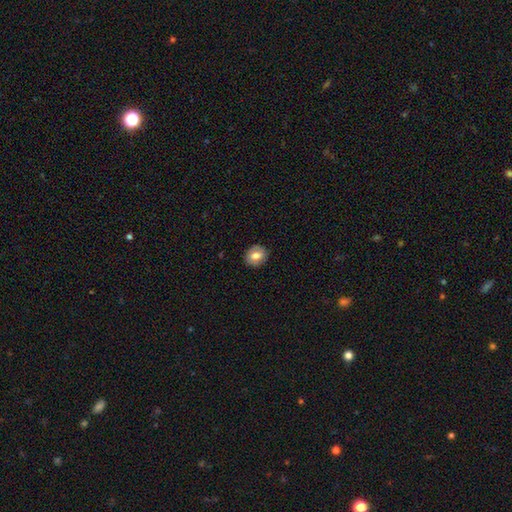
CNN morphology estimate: Q: Smooth or featured?
A: smooth (73%); runner-up: featured or disk (19%)
Q: How rounded?
A: round (56%); runner-up: in between (43%)
Q: Merging?
A: none (87%); runner-up: minor disturbance (10%)